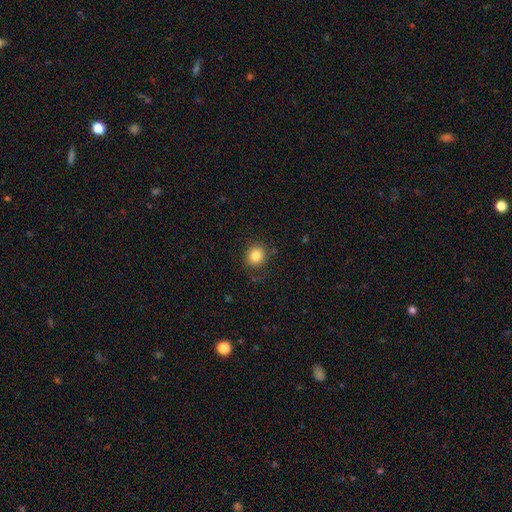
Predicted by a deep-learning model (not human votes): A smooth galaxy with no disk features (83%) that is round (84%). Merging: none (84%).